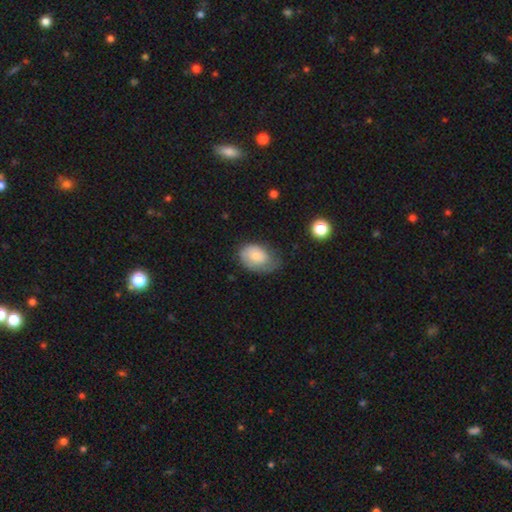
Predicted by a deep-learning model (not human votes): A smooth galaxy with no disk features (66%) that is in between round and cigar-shaped (79%). Merging: none (42%).